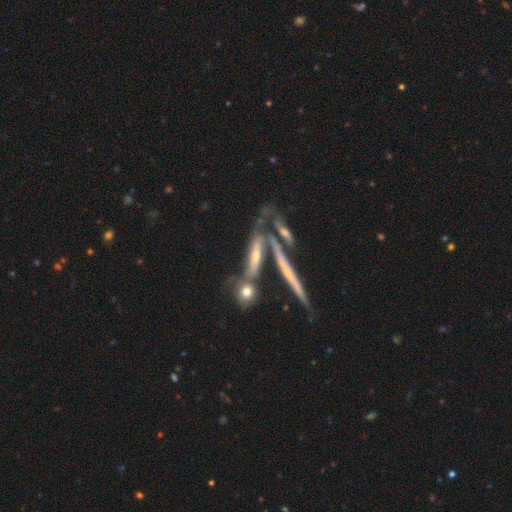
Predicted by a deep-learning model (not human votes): Smooth or featured? Predicted: featured or disk (p=0.61). Edge-on disk? Predicted: yes (p=0.59). Merging? Predicted: none (p=0.42).